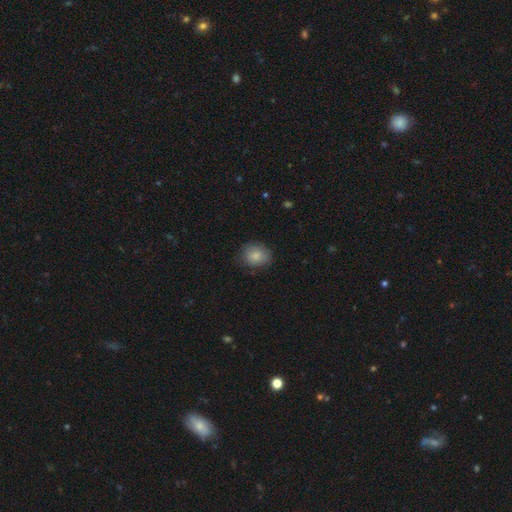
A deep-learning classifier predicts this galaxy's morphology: smooth 83%, featured or disk 9%, star or artifact 8%. Down the decision tree: how rounded — round (58%); merging — none (76%).